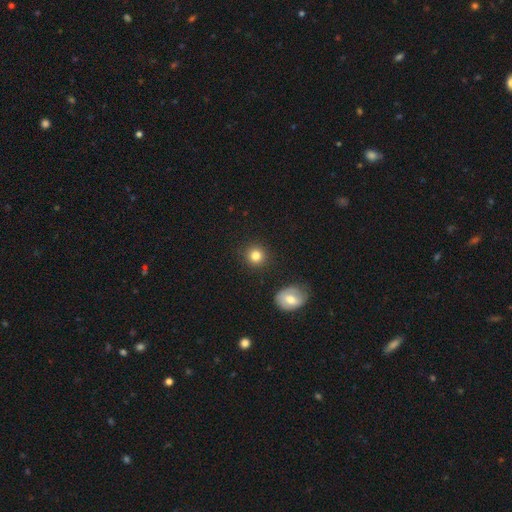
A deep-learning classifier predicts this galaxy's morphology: This appears to be a smooth galaxy with no disk features (82%) that is round (91%). Merging: none (89%).